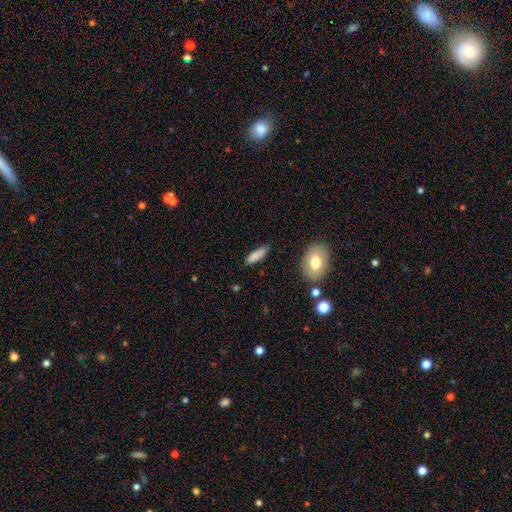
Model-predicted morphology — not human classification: Q: Smooth or featured?
A: smooth (86%); runner-up: featured or disk (7%)
Q: How rounded?
A: in between (49%); tied with: cigar-shaped (49%)
Q: Merging?
A: none (81%); runner-up: minor disturbance (14%)